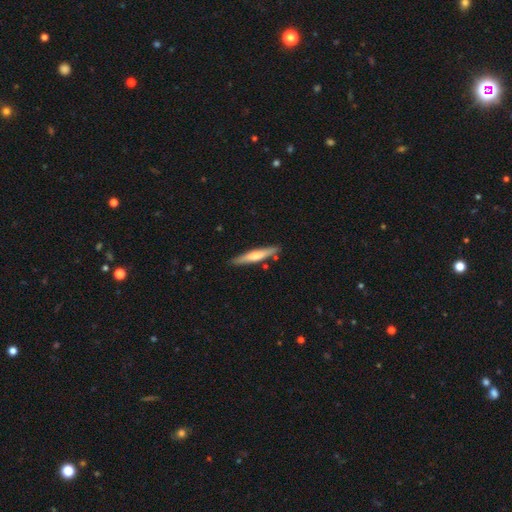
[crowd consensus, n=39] Smooth or featured? 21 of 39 (54%) said smooth. How rounded? 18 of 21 (86%) said cigar-shaped. Merging? 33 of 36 (92%) said none.